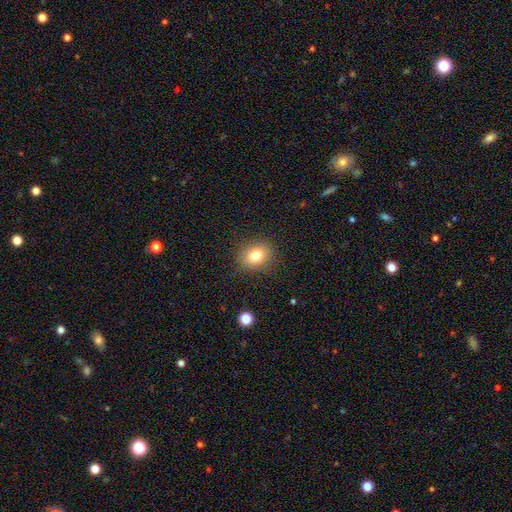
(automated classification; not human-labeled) This is likely a smooth galaxy (79%). How rounded: possibly round (56%). Merging: clearly none (86%).